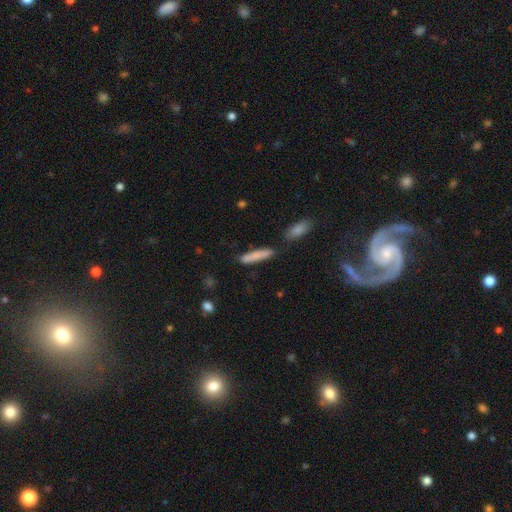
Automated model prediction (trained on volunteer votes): A smooth galaxy with no disk features (81%) that is cigar-shaped (87%).

Vote fractions:
- Smooth or featured? smooth: 81% / featured or disk: 13% / star or artifact: 6%
- How rounded? cigar-shaped: 87% / in between: 11% / round: 2%
- Merging? none: 78% / minor disturbance: 12% / merger: 7% / major disturbance: 3%